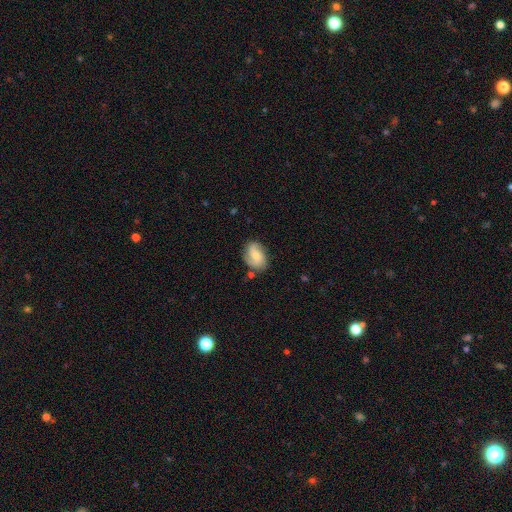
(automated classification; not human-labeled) A featured or disk galaxy (56%) with no bar (55%), spiral arms (89%) and a small central bulge (51%). Merging: none (69%).